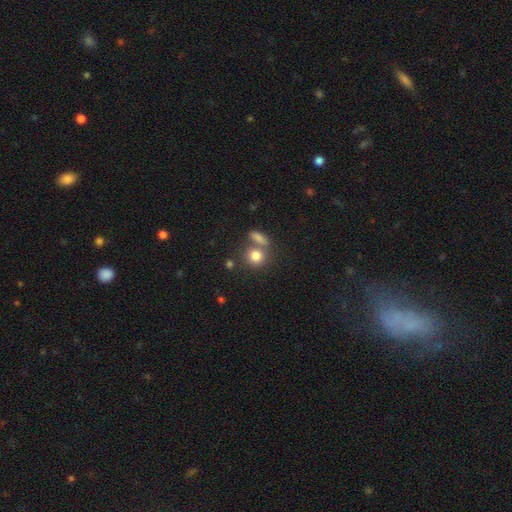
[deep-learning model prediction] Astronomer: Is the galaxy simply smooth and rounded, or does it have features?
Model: smooth — 81%.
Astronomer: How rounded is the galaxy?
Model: round — 76%.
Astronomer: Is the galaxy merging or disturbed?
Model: none — 52% (runner-up: merger, 34%).